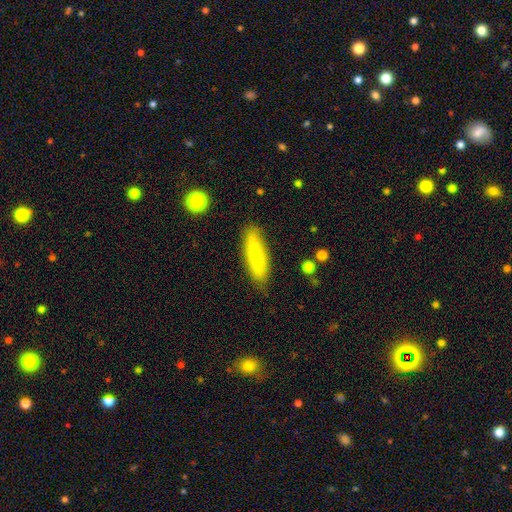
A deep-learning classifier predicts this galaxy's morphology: The model was most divided on "how rounded": cigar-shaped: 59%, in between: 39%, round: 2%. More confident: merging — none (82%); smooth or featured — smooth (71%).